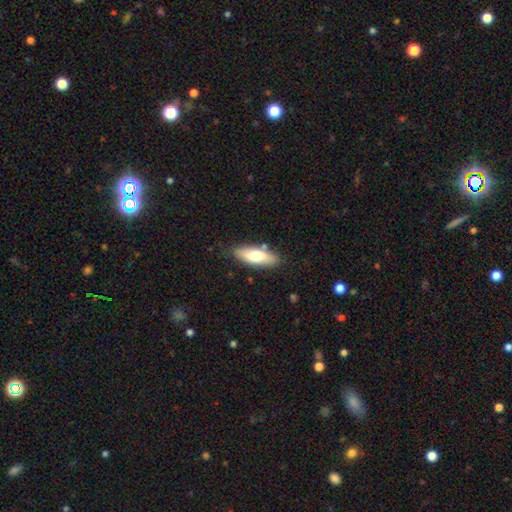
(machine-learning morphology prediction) smooth-or-featured: smooth: 72% | featured or disk: 22% | star or artifact: 6%
  how-rounded: in between: 67% | cigar-shaped: 31% | round: 2%
  merging: none: 81% | minor disturbance: 13% | merger: 3% | major disturbance: 3%